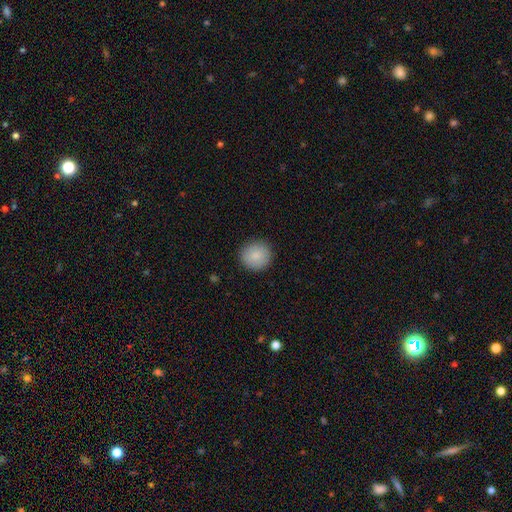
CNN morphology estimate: smooth-or-featured: smooth: 87% | star or artifact: 7% | featured or disk: 6%
  how-rounded: round: 89% | in between: 10% | cigar-shaped: 1%
  merging: none: 90% | minor disturbance: 7% | major disturbance: 2% | merger: 1%